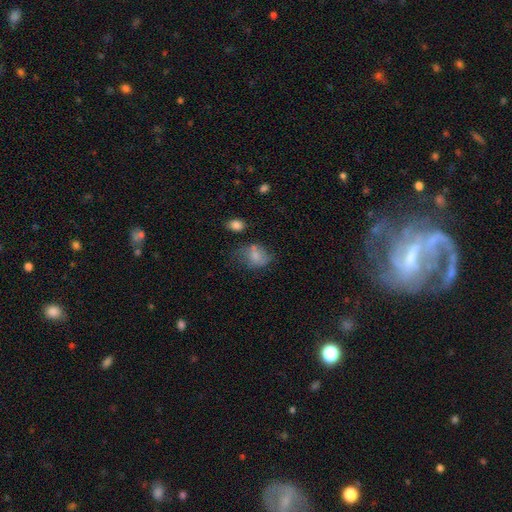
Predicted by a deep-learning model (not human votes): smooth-or-featured: smooth: 69% | featured or disk: 21% | star or artifact: 10%
  how-rounded: in between: 63% | round: 36% | cigar-shaped: 1%
  merging: none: 43% | minor disturbance: 29% | major disturbance: 17% | merger: 11%